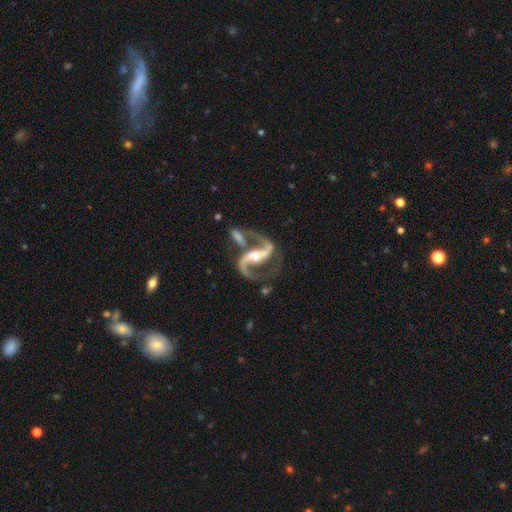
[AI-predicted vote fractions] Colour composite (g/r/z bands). It shows a featured or disk galaxy (93%) with a strong bar (51%), 2 (94%) medium (49%) spiral arms (98%) and a moderate central bulge (58%). Merging: none (58%).